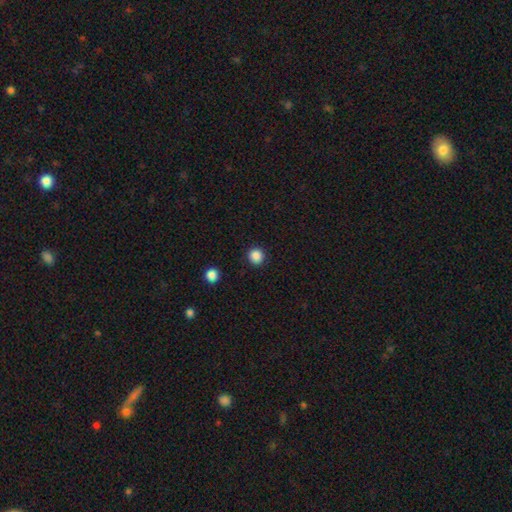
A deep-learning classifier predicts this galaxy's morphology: smooth-or-featured: smooth: 87% | star or artifact: 11% | featured or disk: 3%
  how-rounded: round: 92% | in between: 7% | cigar-shaped: 1%
  merging: none: 92% | minor disturbance: 5% | major disturbance: 2% | merger: 1%